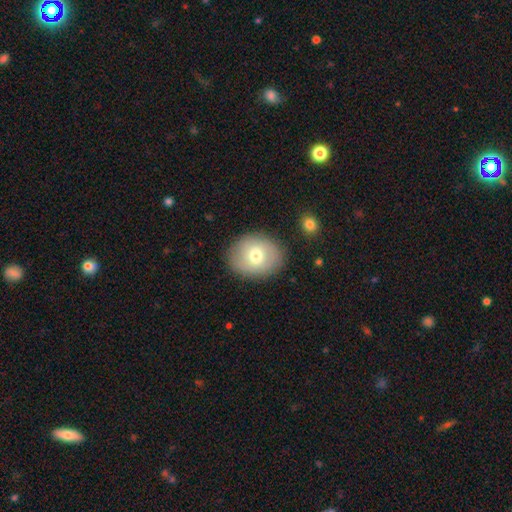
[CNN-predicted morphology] The model was most divided on "how rounded": round: 60%, in between: 39%, cigar-shaped: 1%. More confident: merging — none (86%); smooth or featured — smooth (66%).